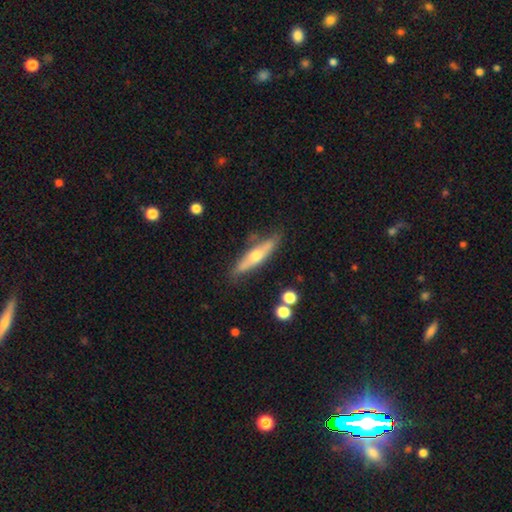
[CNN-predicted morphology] A featured or disk galaxy (54%) viewed edge-on (84%).

Vote fractions:
- Smooth or featured? featured or disk: 54% / smooth: 40% / star or artifact: 6%
- Edge-on disk? yes: 84% / no: 16%
- Merging? none: 76% / minor disturbance: 16% / merger: 4% / major disturbance: 4%